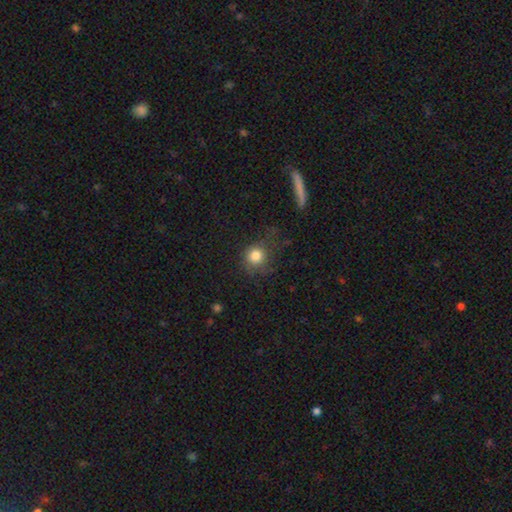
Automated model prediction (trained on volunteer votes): The model was most divided on "merging": none: 68%, minor disturbance: 19%, major disturbance: 11%, merger: 2%. More confident: how rounded — round (88%); smooth or featured — smooth (82%).